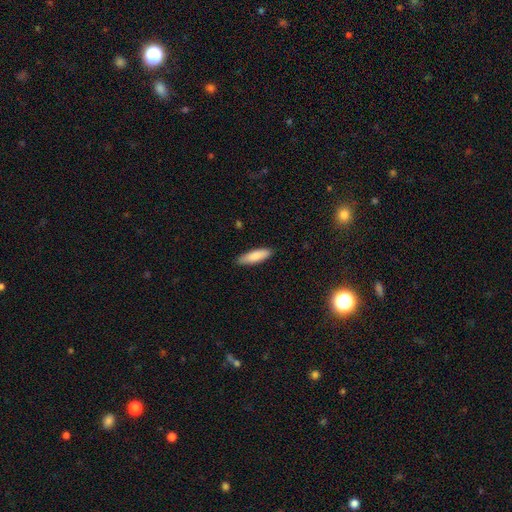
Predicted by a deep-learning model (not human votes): A smooth galaxy with no disk features (85%) that is cigar-shaped (54%).

Vote fractions:
- Smooth or featured? smooth: 85% / featured or disk: 9% / star or artifact: 5%
- How rounded? cigar-shaped: 54% / in between: 45% / round: 1%
- Merging? none: 88% / minor disturbance: 10% / major disturbance: 2% / merger: 1%